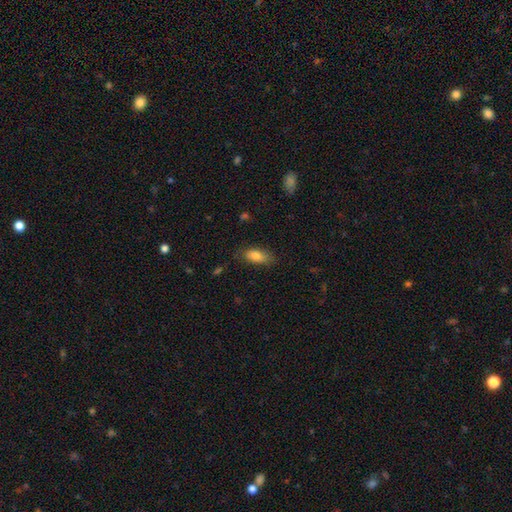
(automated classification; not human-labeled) The model was most divided on "merging": none: 76%, minor disturbance: 19%, major disturbance: 4%, merger: 1%. More confident: how rounded — in between (85%); smooth or featured — smooth (81%).